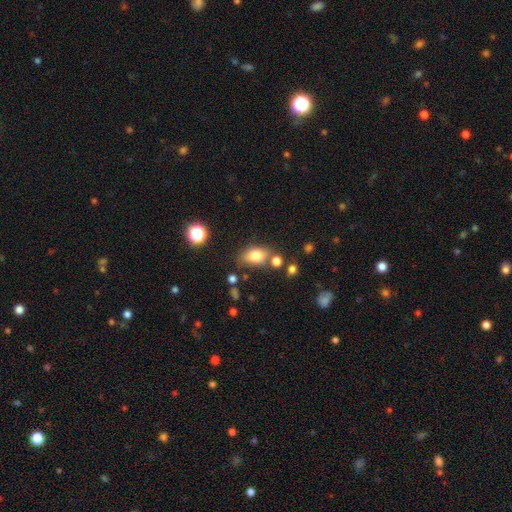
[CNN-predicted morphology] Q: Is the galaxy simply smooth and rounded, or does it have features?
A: smooth — 78%.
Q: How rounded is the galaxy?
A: in between — 80%.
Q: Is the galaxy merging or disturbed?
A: none — 67%.